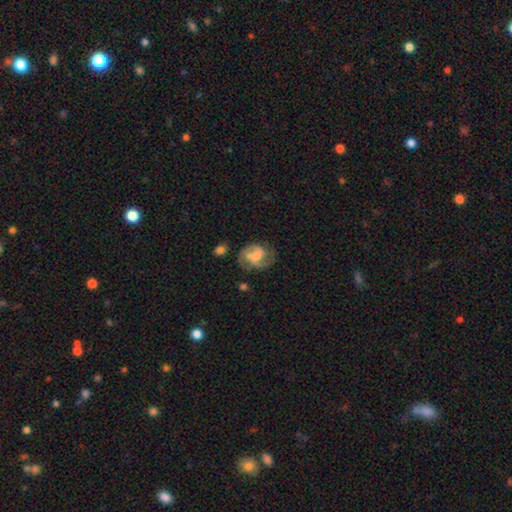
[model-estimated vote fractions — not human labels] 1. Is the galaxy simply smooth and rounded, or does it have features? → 65% featured or disk, 27% smooth, 7% star or artifact.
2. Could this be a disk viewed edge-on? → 97% no, 3% yes.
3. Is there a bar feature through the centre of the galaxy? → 46% weak, 39% no, 15% strong.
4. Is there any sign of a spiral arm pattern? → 83% yes, 17% no.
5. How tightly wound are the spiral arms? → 48% medium, 26% tight, 26% loose.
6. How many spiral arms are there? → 61% 2, 18% can't tell, 12% 3, 5% 1, 2% 4, 2% more than 4.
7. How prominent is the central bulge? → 40% moderate, 33% small, 15% none, 10% large, 2% dominant.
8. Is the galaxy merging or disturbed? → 55% none, 23% minor disturbance, 16% major disturbance, 6% merger.